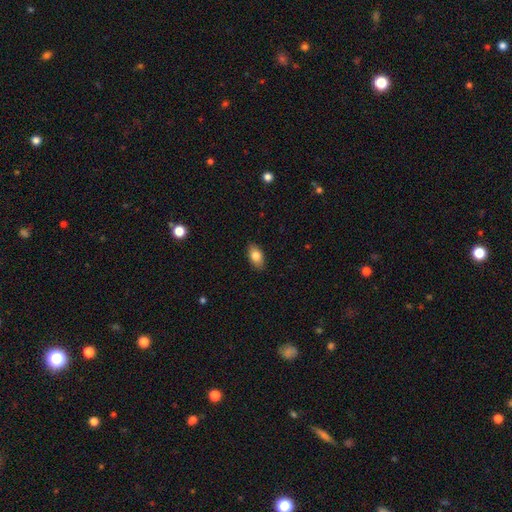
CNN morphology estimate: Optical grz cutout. It shows a smooth galaxy with no disk features (81%) that is in between round and cigar-shaped (90%). Merging: none (87%).